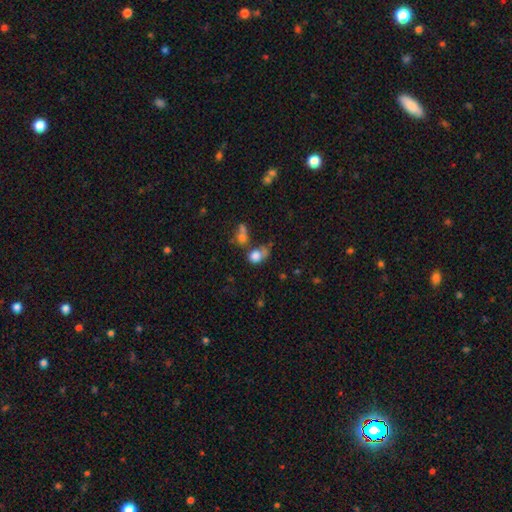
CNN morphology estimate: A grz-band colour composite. It shows a smooth galaxy with no disk features (77%) that is round (51%). Merging: merger (35%).